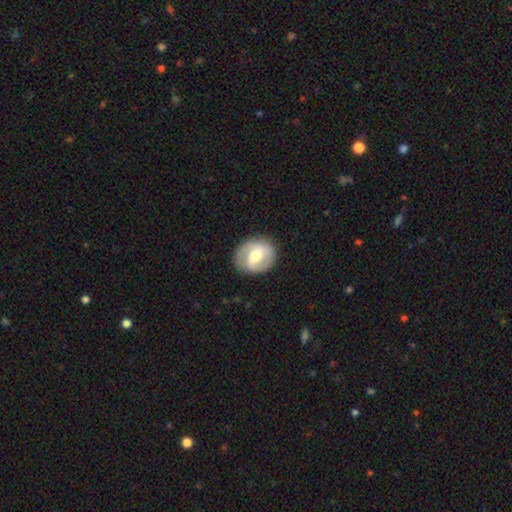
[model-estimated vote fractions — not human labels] The model was most divided on "bar": weak: 43%, strong: 38%, no: 19%. More confident: edge-on disk — no (96%); merging — none (84%); bulge size — moderate (67%); spiral arms — yes (67%); smooth or featured — featured or disk (65%).